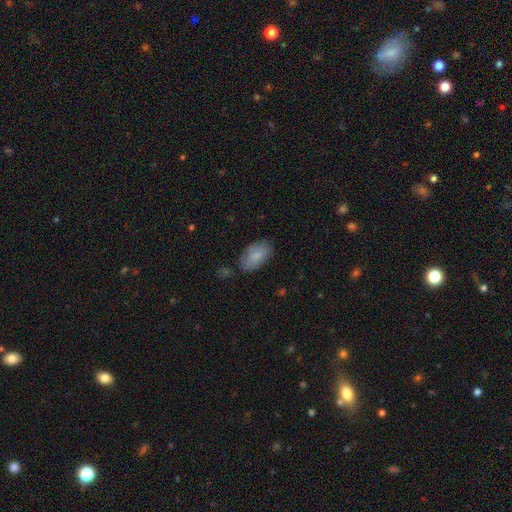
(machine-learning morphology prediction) Q: Smooth or featured?
A: smooth (85%); runner-up: featured or disk (9%)
Q: How rounded?
A: in between (94%); runner-up: round (4%)
Q: Merging?
A: none (77%); runner-up: minor disturbance (16%)